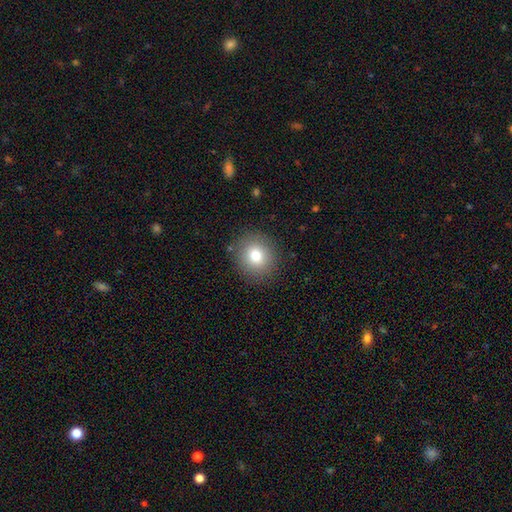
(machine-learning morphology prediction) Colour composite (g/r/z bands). It shows a smooth galaxy with no disk features (78%) that is round (81%). Merging: none (87%).